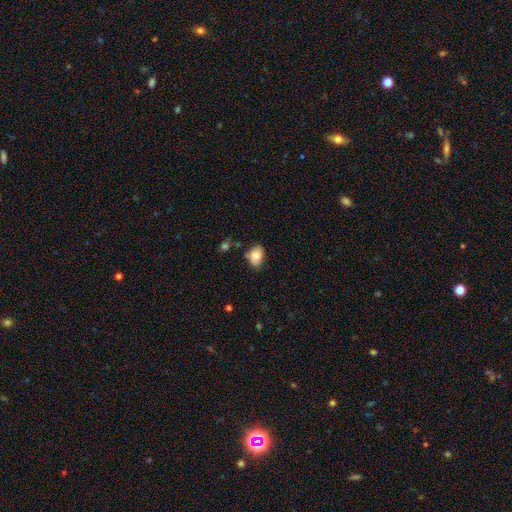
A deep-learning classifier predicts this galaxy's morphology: smooth-or-featured: smooth: 78% | featured or disk: 13% | star or artifact: 8%
  how-rounded: in between: 75% | round: 24% | cigar-shaped: 1%
  merging: none: 60% | minor disturbance: 29% | major disturbance: 6% | merger: 5%